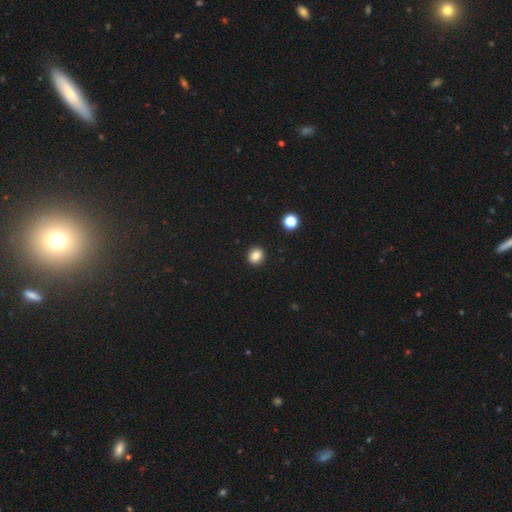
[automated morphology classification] Smooth or featured? smooth (85%)
How rounded? round (77%)
Merging? none (92%)